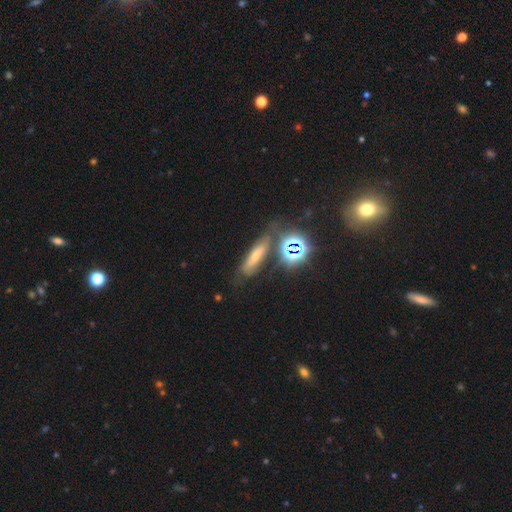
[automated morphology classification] Q: Smooth or featured?
A: smooth (42%); runner-up: star or artifact (29%)
Q: Merging?
A: none (62%); runner-up: minor disturbance (19%)